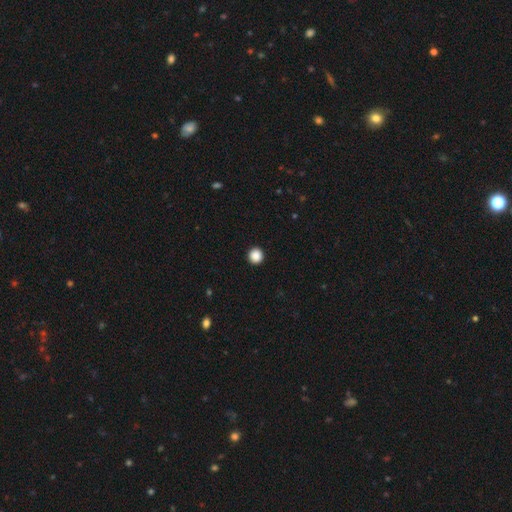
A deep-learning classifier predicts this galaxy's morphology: smooth-or-featured: smooth: 88% | star or artifact: 10% | featured or disk: 2%
  how-rounded: round: 95% | in between: 4% | cigar-shaped: 1%
  merging: none: 94% | minor disturbance: 4% | major disturbance: 1% | merger: 1%